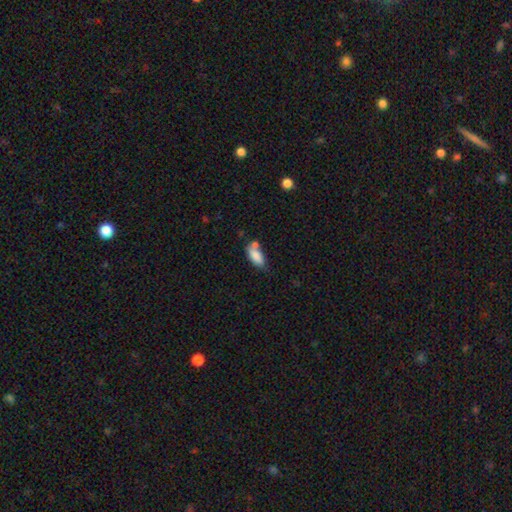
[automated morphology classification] This is clearly a smooth galaxy (82%). How rounded: clearly in between (85%). Merging: marginally none (41%).